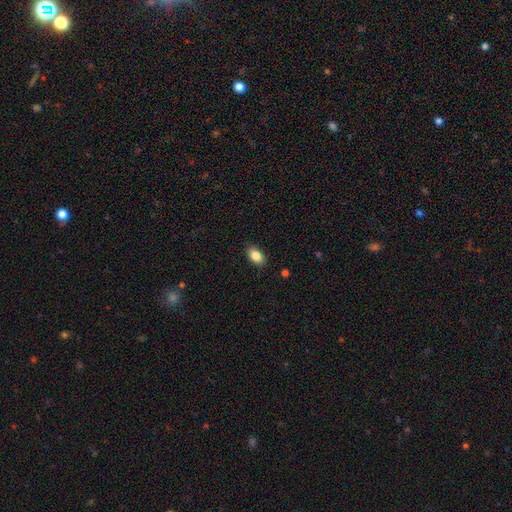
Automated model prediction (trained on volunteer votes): A smooth galaxy with no disk features (86%) that is in between round and cigar-shaped (90%). Merging: none (87%).